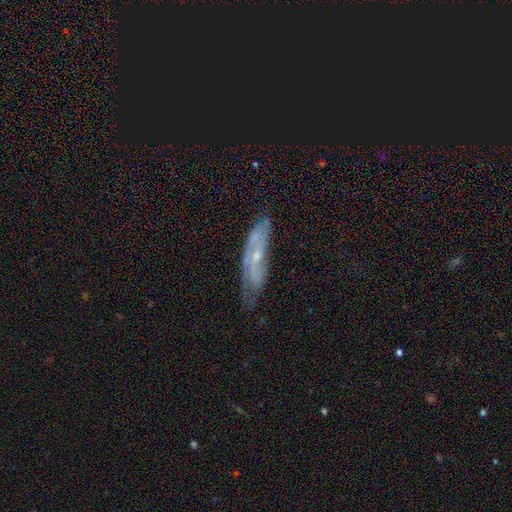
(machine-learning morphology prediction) A featured or disk galaxy (67%).

Vote fractions:
- Smooth or featured? featured or disk: 67% / smooth: 23% / star or artifact: 11%
- Edge-on disk? no: 68% / yes: 32%
- Merging? none: 63% / minor disturbance: 26% / major disturbance: 8% / merger: 3%